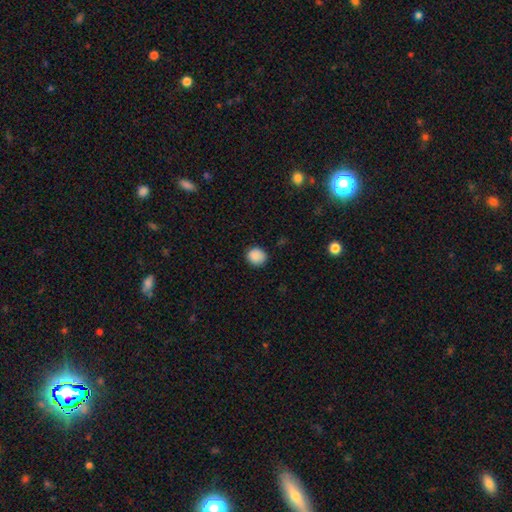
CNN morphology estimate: Q: Smooth or featured?
A: smooth (88%); runner-up: star or artifact (9%)
Q: How rounded?
A: round (85%); runner-up: in between (14%)
Q: Merging?
A: none (88%); runner-up: minor disturbance (9%)